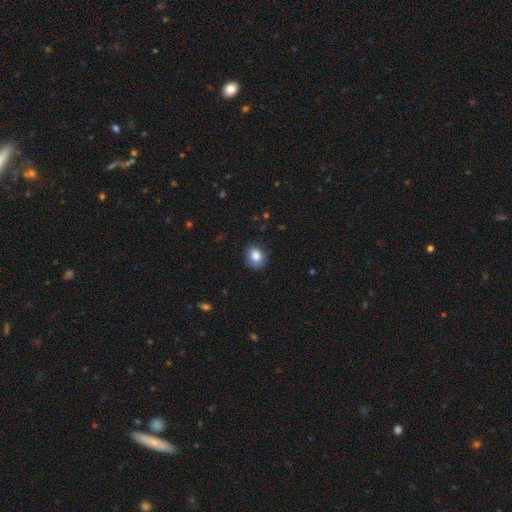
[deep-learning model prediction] Smooth or featured? smooth (85%)
How rounded? in between (50%)
Merging? none (82%)